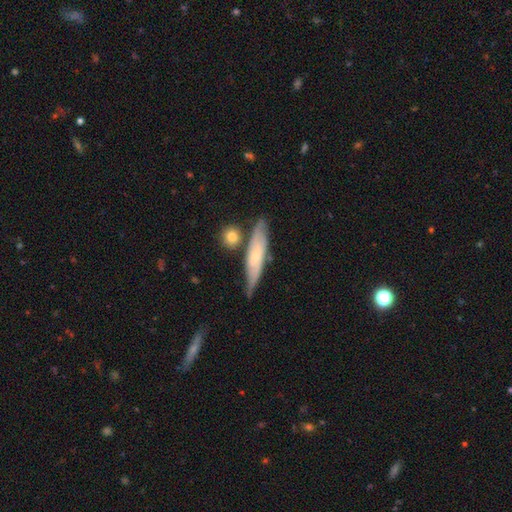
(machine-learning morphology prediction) Smooth or featured? featured or disk (53%)
Edge-on disk? yes (62%)
Merging? none (69%)